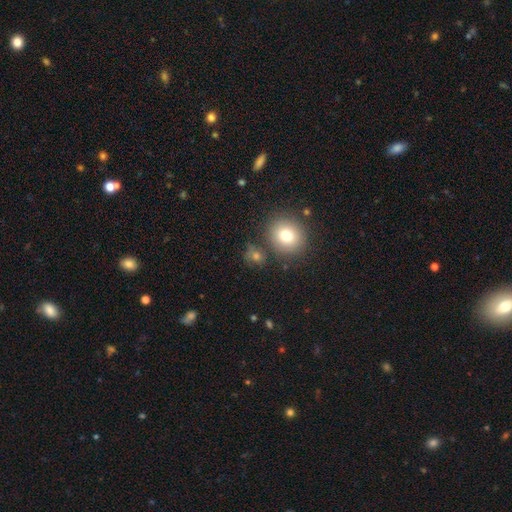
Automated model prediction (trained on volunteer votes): smooth-or-featured: smooth: 68% | star or artifact: 20% | featured or disk: 12%
  how-rounded: round: 75% | in between: 24% | cigar-shaped: 2%
  merging: none: 75% | minor disturbance: 13% | merger: 7% | major disturbance: 5%